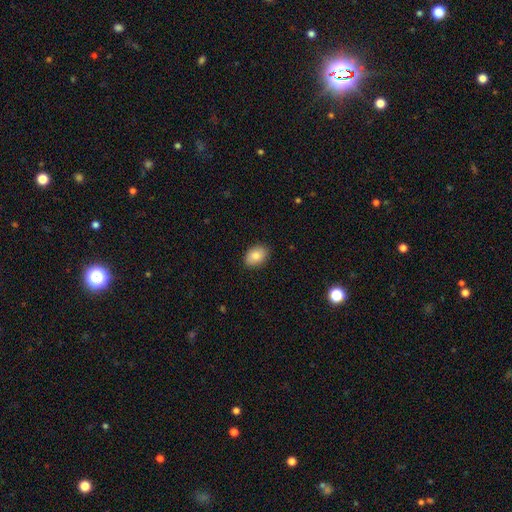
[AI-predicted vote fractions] A smooth galaxy with no disk features (82%) that is in between round and cigar-shaped (82%). Merging: none (88%).